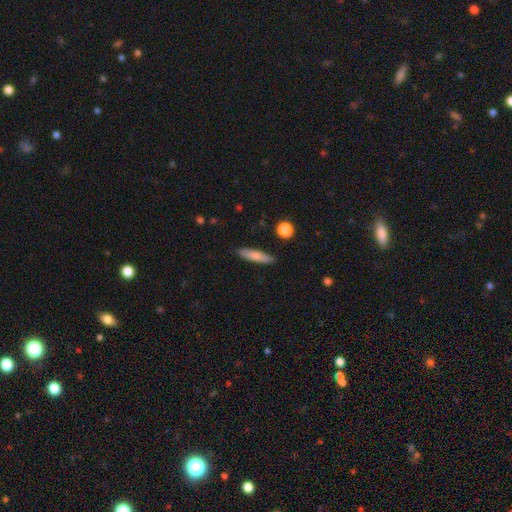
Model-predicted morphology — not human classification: The model was most divided on "how rounded": cigar-shaped: 78%, in between: 20%, round: 2%. More confident: merging — none (87%); smooth or featured — smooth (76%).